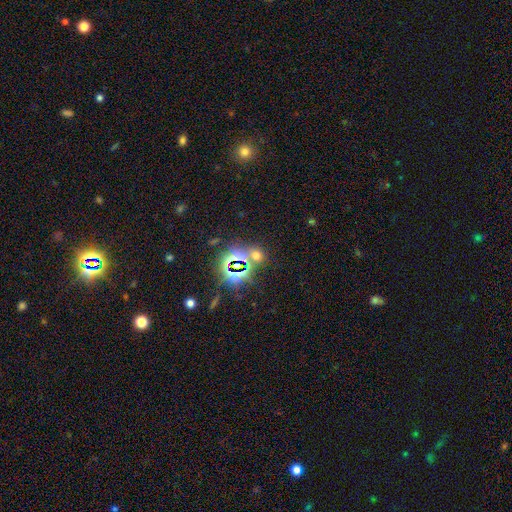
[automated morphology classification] Smooth or featured?
  - star or artifact: 54% *
  - smooth: 38%
  - featured or disk: 8%